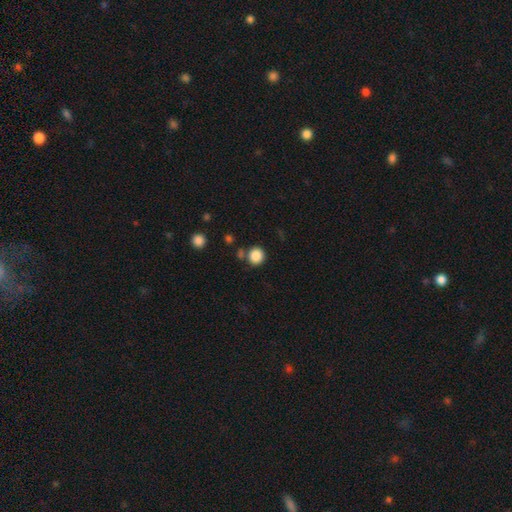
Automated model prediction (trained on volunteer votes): Morphology: type=smooth (86%); roundness=round (91%); merging=none (78%).